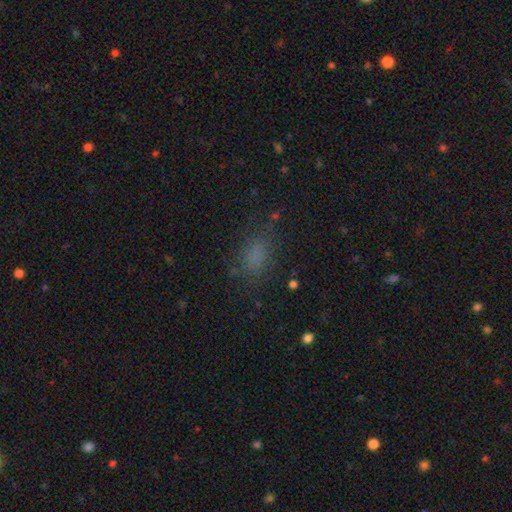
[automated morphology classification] This appears to be a smooth galaxy with no disk features (75%) that is in between round and cigar-shaped (78%). Merging: none (72%).